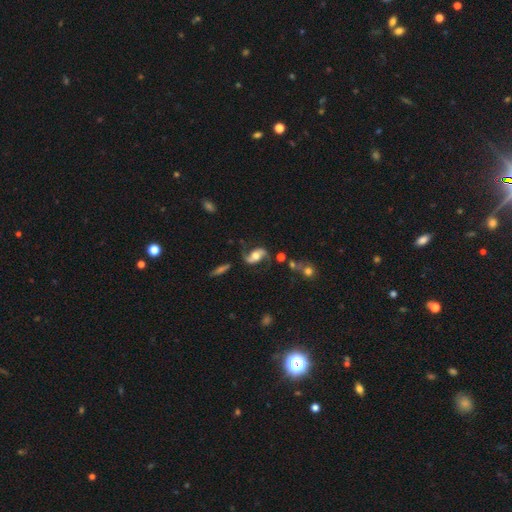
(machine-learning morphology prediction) Overall: featured or disk (85%). Edge-on disk: no (95%). Bar: no (50%; weak 30%). Spiral arms: yes (96%). Spiral arm count: 2 (94%). Spiral winding: loose (65%; medium 28%). Bulge size: moderate (58%; large 26%). Merging: none (72%).